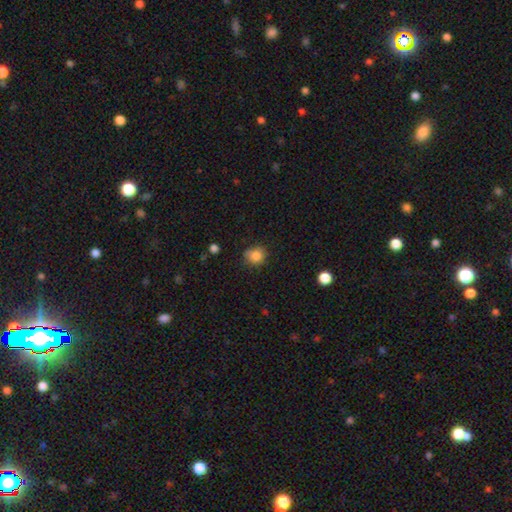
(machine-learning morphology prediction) Smooth or featured?
  - smooth: 83% *
  - star or artifact: 11%
  - featured or disk: 6%
How rounded?
  - round: 79% *
  - in between: 20%
  - cigar-shaped: 1%
Merging?
  - none: 69% *
  - minor disturbance: 23%
  - major disturbance: 5%
  - merger: 3%